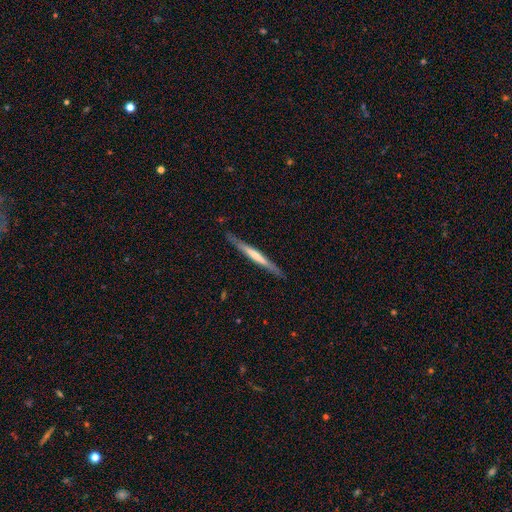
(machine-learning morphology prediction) The model was most divided on "smooth or featured": featured or disk: 53%, smooth: 42%, star or artifact: 5%. More confident: edge-on disk — yes (95%); merging — none (85%); edge-on bulge — none (61%).